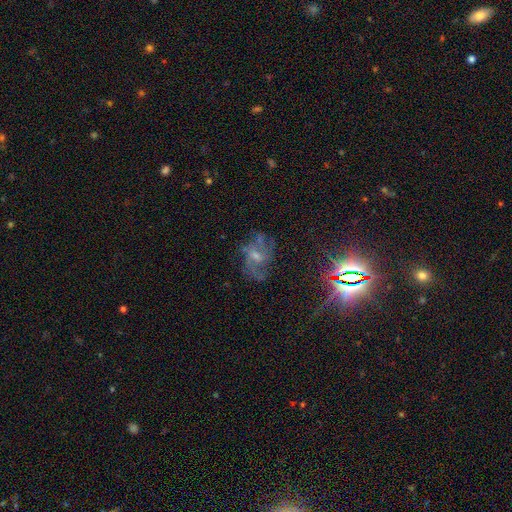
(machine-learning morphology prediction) A featured or disk galaxy (64%) with no bar (48%), can't tell (29%, tied with 2) medium (47%) spiral arms (85%) and a small central bulge (49%).

Vote fractions:
- Smooth or featured? featured or disk: 64% / star or artifact: 24% / smooth: 12%
- Edge-on disk? no: 96% / yes: 4%
- Bar? no: 48% / weak: 41% / strong: 11%
- Spiral arms? yes: 85% / no: 15%
- Spiral winding? medium: 47% / loose: 30% / tight: 23%
- Spiral arm count? can't tell: 29% (tied) / 2: 29% (tied) / 3: 22% / 4: 10% / 1: 5% / more than 4: 5%
- Bulge size? small: 49% / moderate: 38% / none: 9% / large: 3% / dominant: 1%
- Merging? none: 62% / minor disturbance: 19% / major disturbance: 16% / merger: 2%